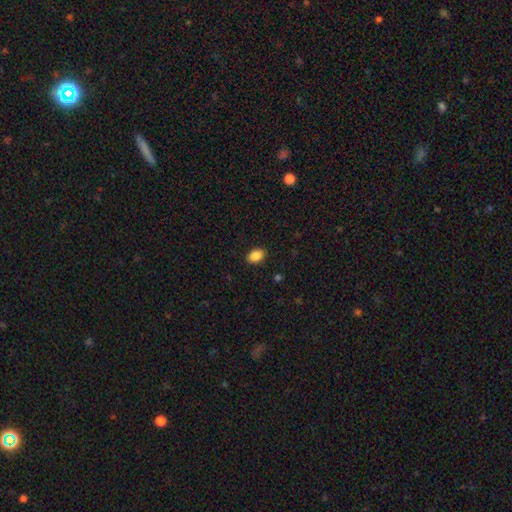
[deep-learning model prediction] A smooth galaxy with no disk features (88%) that is in between round and cigar-shaped (82%).

Vote fractions:
- Smooth or featured? smooth: 88% / star or artifact: 8% / featured or disk: 3%
- How rounded? in between: 82% / round: 16% / cigar-shaped: 1%
- Merging? none: 89% / minor disturbance: 8% / major disturbance: 2% / merger: 1%